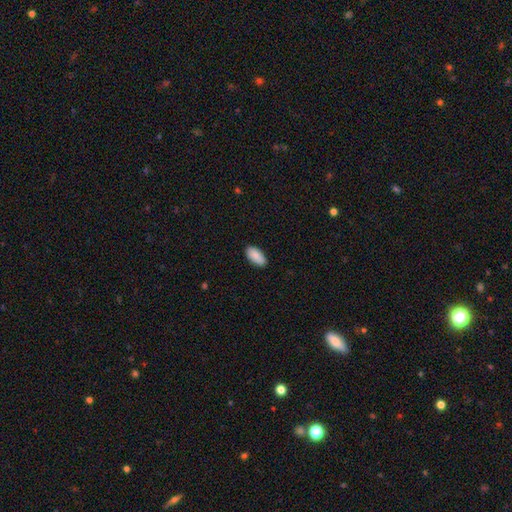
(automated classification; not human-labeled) Q: Smooth or featured?
A: smooth (88%); runner-up: star or artifact (6%)
Q: How rounded?
A: in between (92%); runner-up: cigar-shaped (5%)
Q: Merging?
A: none (88%); runner-up: minor disturbance (9%)